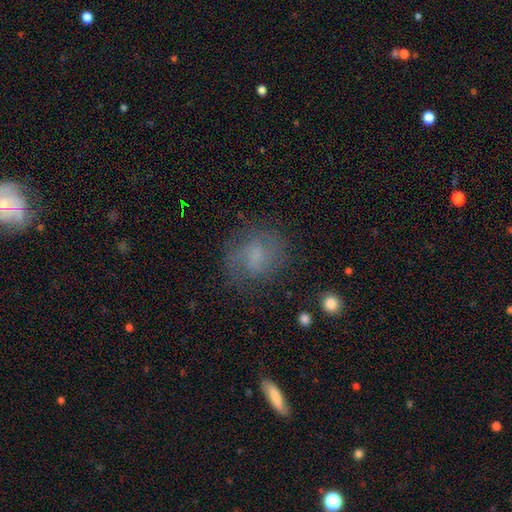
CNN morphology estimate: Q: Smooth or featured?
A: featured or disk (46%); runner-up: smooth (43%)
Q: Merging?
A: none (68%); runner-up: minor disturbance (19%)